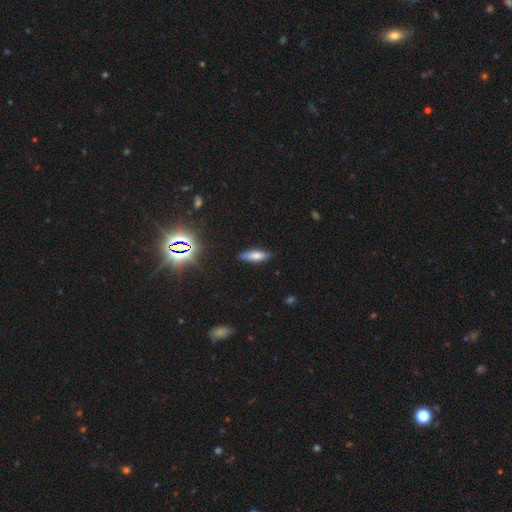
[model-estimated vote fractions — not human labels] Smooth or featured? Predicted: smooth (p=0.71). How rounded? Predicted: in between (p=0.50). Merging? Predicted: none (p=0.83).